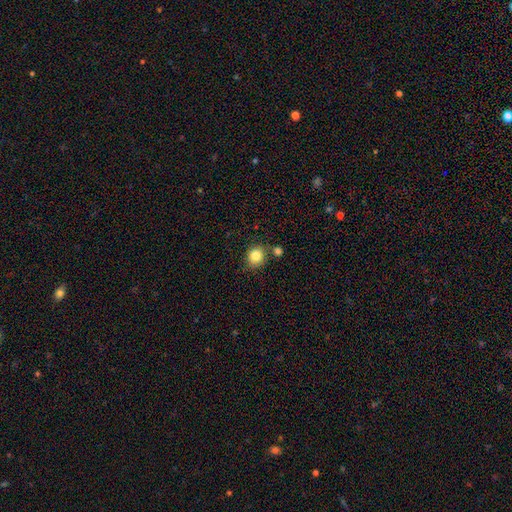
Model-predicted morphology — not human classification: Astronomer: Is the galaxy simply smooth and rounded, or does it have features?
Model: smooth — 85%.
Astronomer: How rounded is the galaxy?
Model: round — 77%.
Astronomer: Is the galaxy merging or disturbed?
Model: none — 72%.